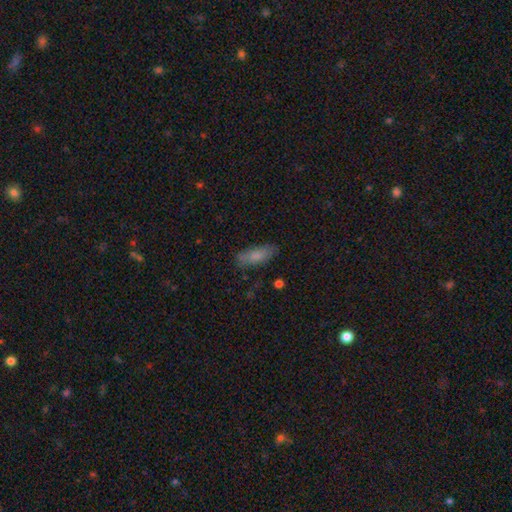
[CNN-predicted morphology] A smooth galaxy with no disk features (80%) that is in between round and cigar-shaped (65%).

Vote fractions:
- Smooth or featured? smooth: 80% / featured or disk: 13% / star or artifact: 7%
- How rounded? in between: 65% / cigar-shaped: 33% / round: 2%
- Merging? none: 77% / minor disturbance: 17% / major disturbance: 4% / merger: 2%